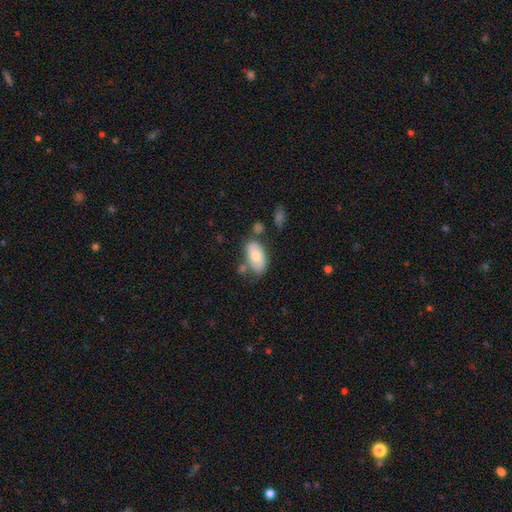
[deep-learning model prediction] The model was most divided on "merging": none: 61%, minor disturbance: 20%, merger: 13%, major disturbance: 6%. More confident: how rounded — in between (93%); smooth or featured — smooth (68%).